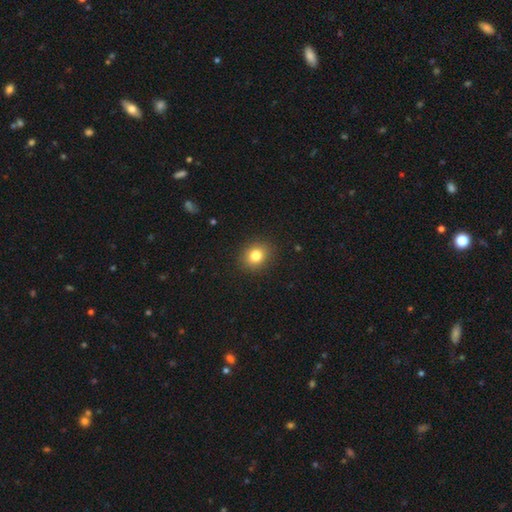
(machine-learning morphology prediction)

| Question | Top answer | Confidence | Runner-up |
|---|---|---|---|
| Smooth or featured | smooth | 81% | star or artifact (12%) |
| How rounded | round | 70% | in between (29%) |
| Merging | none | 90% | minor disturbance (7%) |